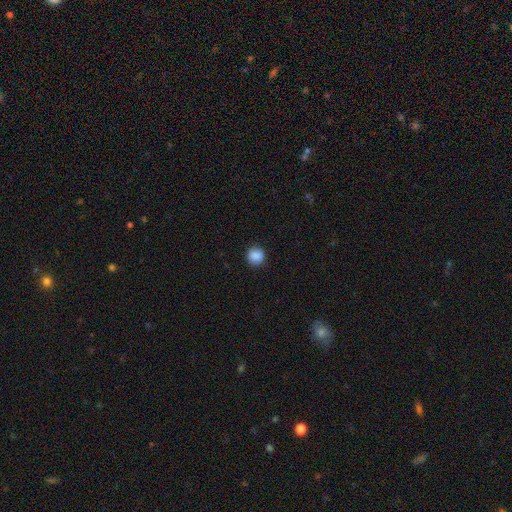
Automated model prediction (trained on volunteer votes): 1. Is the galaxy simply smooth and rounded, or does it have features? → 88% smooth, 9% star or artifact, 3% featured or disk.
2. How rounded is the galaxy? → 93% round, 6% in between, 1% cigar-shaped.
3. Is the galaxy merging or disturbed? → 91% none, 6% minor disturbance, 2% major disturbance, 1% merger.